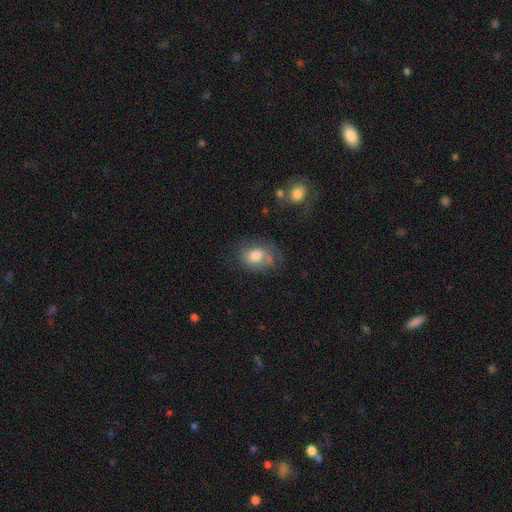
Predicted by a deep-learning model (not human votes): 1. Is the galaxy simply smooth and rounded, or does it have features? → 70% smooth, 21% featured or disk, 10% star or artifact.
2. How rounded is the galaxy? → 65% in between, 34% round, 1% cigar-shaped.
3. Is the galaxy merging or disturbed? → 55% none, 26% minor disturbance, 14% major disturbance, 5% merger.